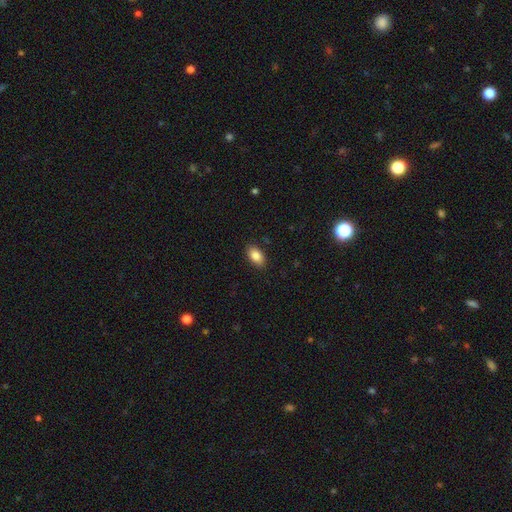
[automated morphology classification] A smooth galaxy with no disk features (84%) that is in between round and cigar-shaped (91%).

Vote fractions:
- Smooth or featured? smooth: 84% / star or artifact: 8% / featured or disk: 8%
- How rounded? in between: 91% / round: 7% / cigar-shaped: 2%
- Merging? none: 87% / minor disturbance: 9% / major disturbance: 2% / merger: 1%